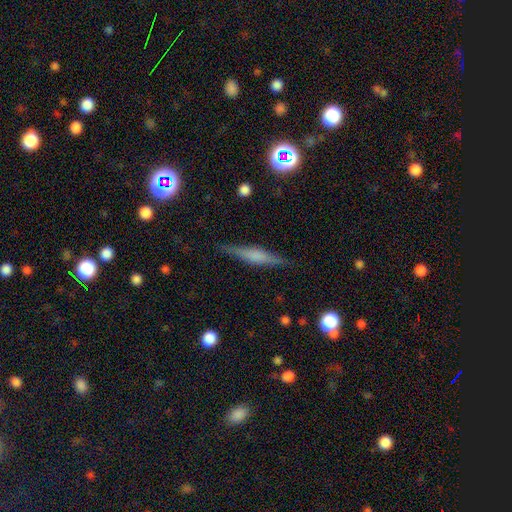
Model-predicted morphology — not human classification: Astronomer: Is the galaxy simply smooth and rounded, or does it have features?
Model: featured or disk — 57% (runner-up: smooth, 34%).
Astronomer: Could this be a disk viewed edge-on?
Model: yes — 96%.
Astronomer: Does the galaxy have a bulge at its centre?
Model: rounded — 50% (runner-up: boxy, 32%).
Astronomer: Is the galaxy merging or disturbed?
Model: none — 85%.